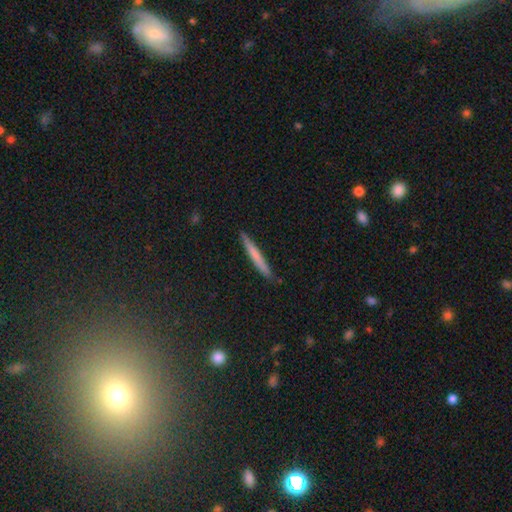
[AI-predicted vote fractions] A smooth galaxy with no disk features (66%) that is cigar-shaped (96%). Merging: none (88%).